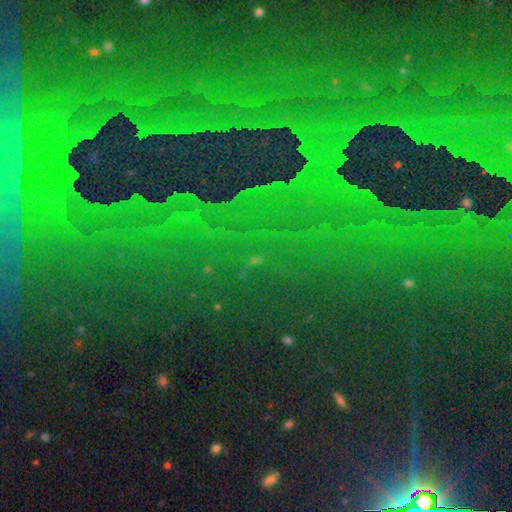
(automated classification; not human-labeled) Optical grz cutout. It shows a star or artifact, not a galaxy (86%).